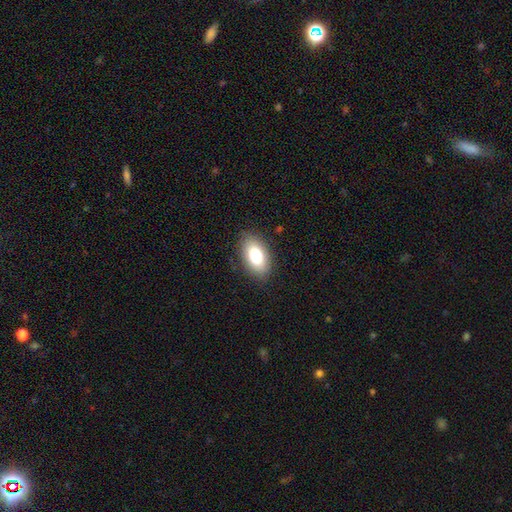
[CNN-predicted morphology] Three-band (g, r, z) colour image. It shows a smooth galaxy with no disk features (81%) that is in between round and cigar-shaped (93%). Merging: none (85%).